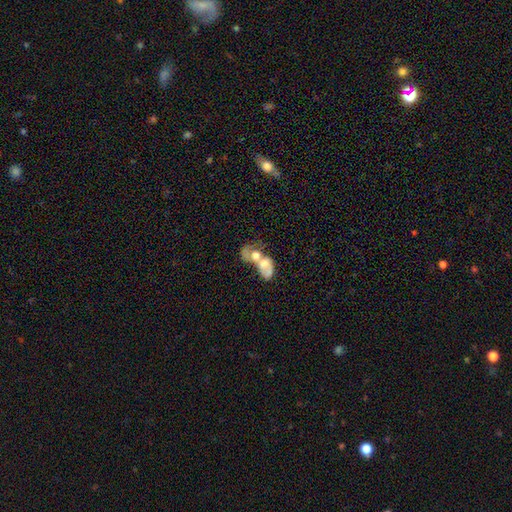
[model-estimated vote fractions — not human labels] Smooth or featured: featured or disk — 47% (smooth — 44%)
Merging: merger — 81% (major disturbance — 9%)